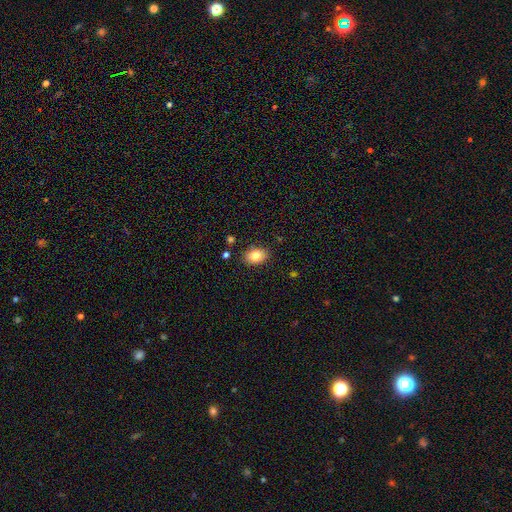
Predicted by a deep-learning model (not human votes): This appears to be a smooth galaxy with no disk features (82%) that is in between round and cigar-shaped (79%). Merging: none (85%).